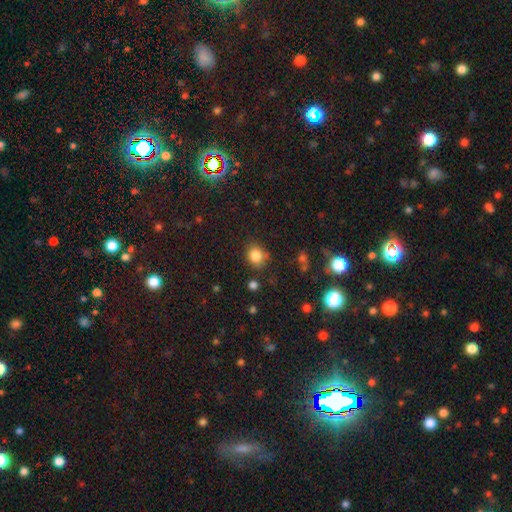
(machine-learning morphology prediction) A smooth galaxy with no disk features (83%) that is round (69%). Merging: none (73%).